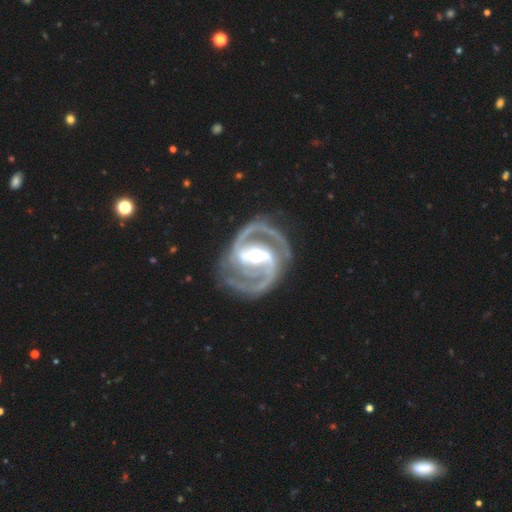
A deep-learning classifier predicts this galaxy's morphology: Smooth or featured? Predicted: featured or disk (p=0.94). Edge-on disk? Predicted: no (p=0.98). Bar? Predicted: strong (p=0.55). Spiral arms? Predicted: yes (p=0.98). Spiral winding? Predicted: medium (p=0.54). Spiral arm count? Predicted: 2 (p=0.89). Bulge size? Predicted: moderate (p=0.72). Merging? Predicted: none (p=0.78).